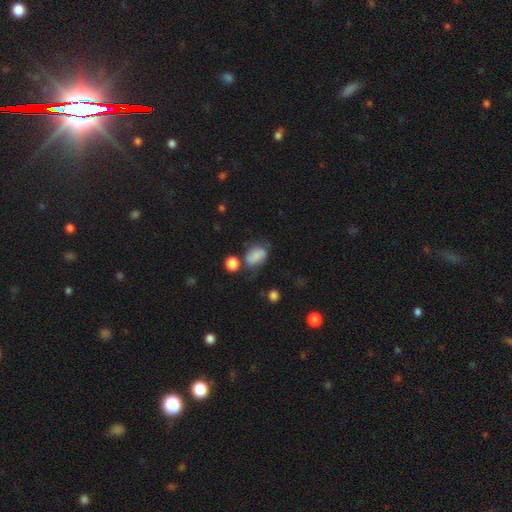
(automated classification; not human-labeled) Q: Smooth or featured?
A: smooth (78%); runner-up: featured or disk (12%)
Q: How rounded?
A: in between (80%); runner-up: round (19%)
Q: Merging?
A: none (47%); runner-up: minor disturbance (28%)